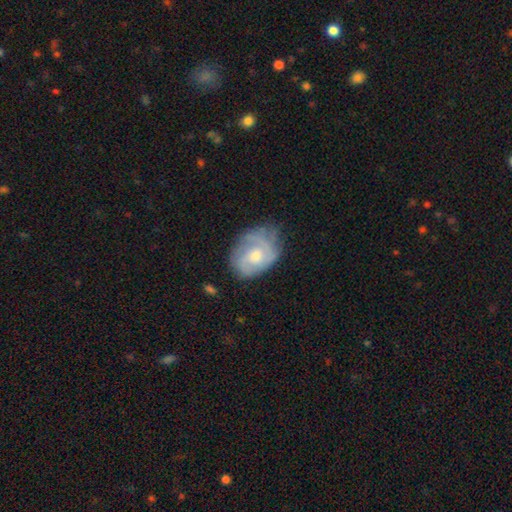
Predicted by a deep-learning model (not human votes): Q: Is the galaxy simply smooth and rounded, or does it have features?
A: featured or disk — 65%.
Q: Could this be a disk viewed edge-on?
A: no — 97%.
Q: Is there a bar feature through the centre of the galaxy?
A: no — 73%.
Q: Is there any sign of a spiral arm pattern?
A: yes — 82%.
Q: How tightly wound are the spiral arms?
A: tight — 51%.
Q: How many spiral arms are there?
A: can't tell — 38%.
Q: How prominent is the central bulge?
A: moderate — 61%.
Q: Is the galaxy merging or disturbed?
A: none — 58%.